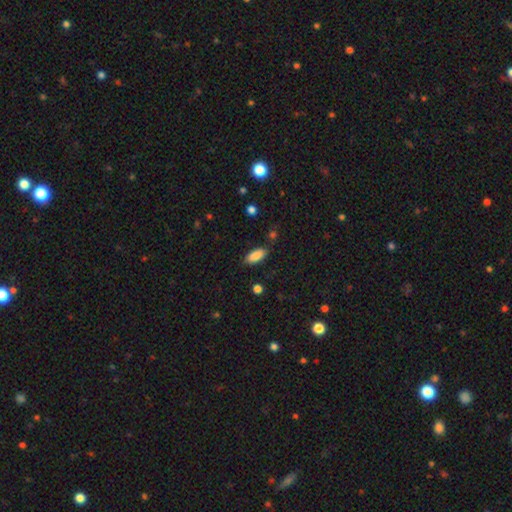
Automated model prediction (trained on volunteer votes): Morphology: type=smooth (88%); roundness=in between (83%); merging=none (84%).